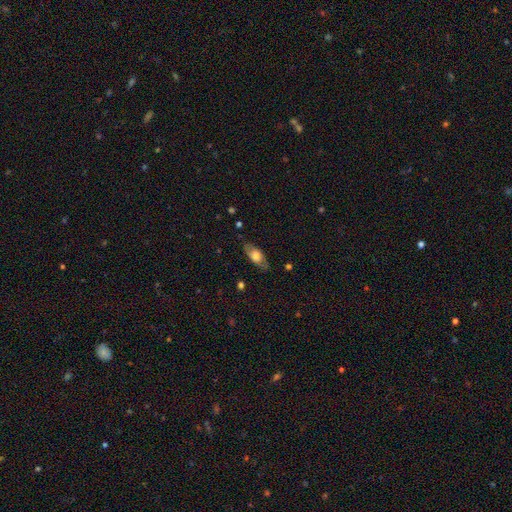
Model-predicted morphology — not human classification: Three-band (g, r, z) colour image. It shows a smooth galaxy with no disk features (57%) that is in between round and cigar-shaped (81%). Merging: none (77%).